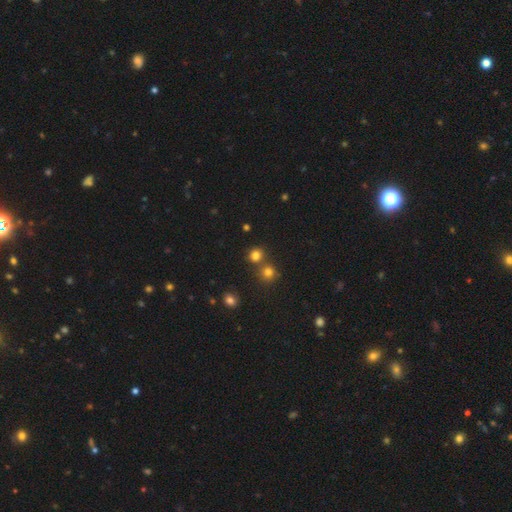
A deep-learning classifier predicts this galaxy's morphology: A smooth galaxy with no disk features (78%) that is round (85%).

Vote fractions:
- Smooth or featured? smooth: 78% / star or artifact: 17% / featured or disk: 6%
- How rounded? round: 85% / in between: 14% / cigar-shaped: 1%
- Merging? none: 68% / merger: 22% / minor disturbance: 7% / major disturbance: 3%